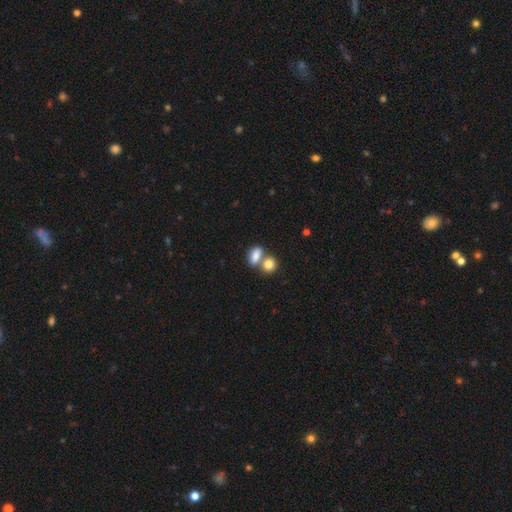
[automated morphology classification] smooth_or_featured: smooth (p=0.83) [alt: star or artifact p=0.09]
how_rounded: in between (p=0.80) [alt: round p=0.16]
merging: merger (p=0.52) [alt: none p=0.35]